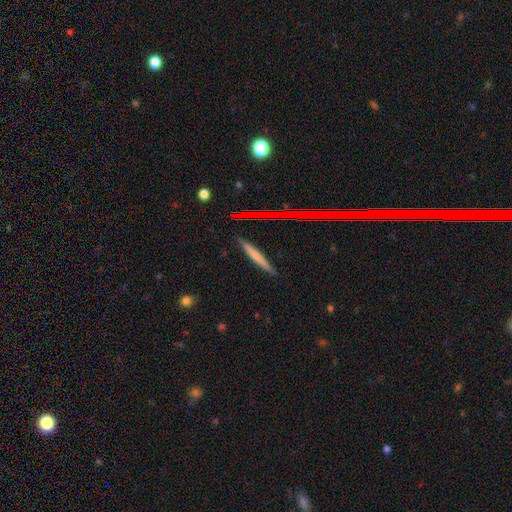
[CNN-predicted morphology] Smooth or featured?
  - smooth: 54% *
  - featured or disk: 36%
  - star or artifact: 11%
How rounded?
  - cigar-shaped: 94% *
  - in between: 4%
  - round: 2%
Merging?
  - none: 87% *
  - minor disturbance: 9%
  - major disturbance: 2%
  - merger: 2%